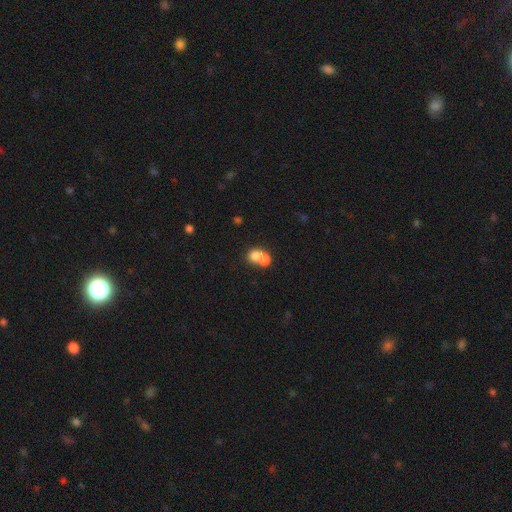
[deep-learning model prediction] Overall: smooth (74%). How rounded: round (68%; in between 31%). Merging: merger (68%).